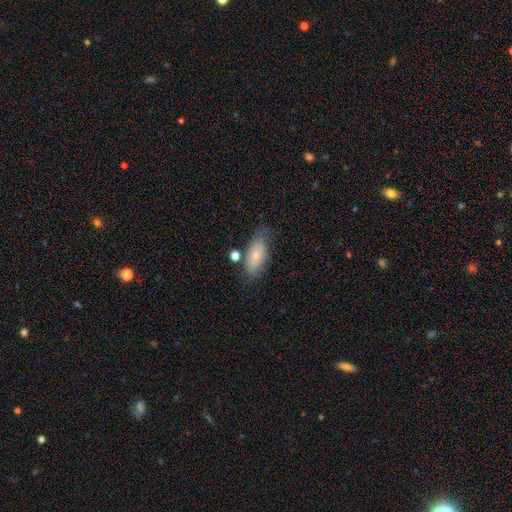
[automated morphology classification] Overall: smooth (71%). How rounded: in between (89%). Merging: none (62%; minor disturbance 24%).